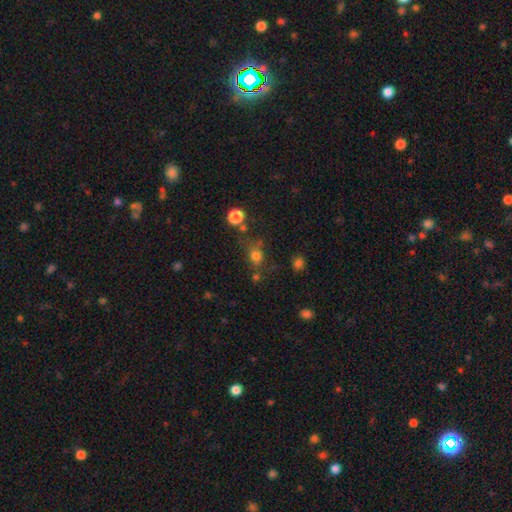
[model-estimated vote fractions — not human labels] Morphology: type=smooth (72%); roundness=round (68%); merging=none (59%).